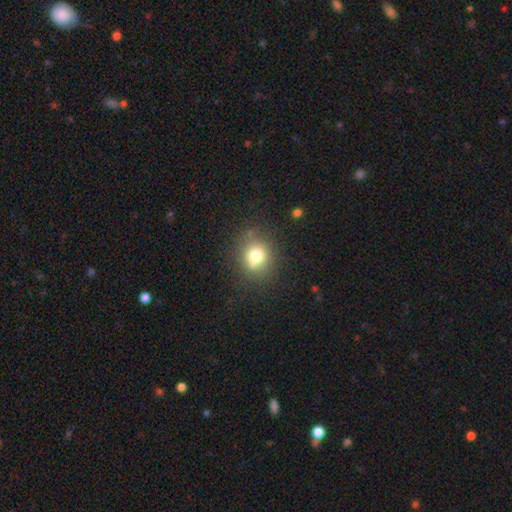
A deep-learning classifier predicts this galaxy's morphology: A smooth galaxy with no disk features (74%) that is round (81%). Merging: none (72%).